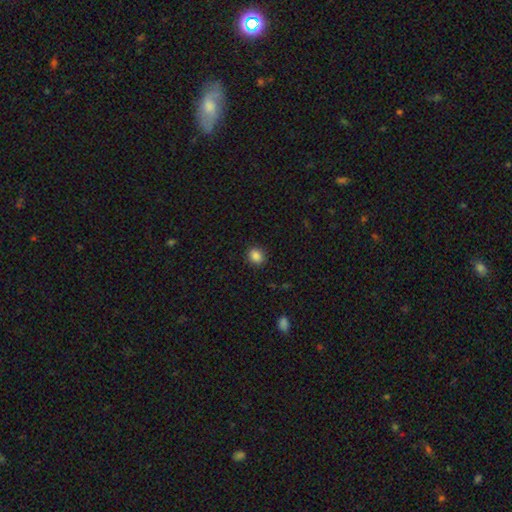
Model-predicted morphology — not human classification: A smooth galaxy with no disk features (87%) that is round (62%).

Vote fractions:
- Smooth or featured? smooth: 87% / star or artifact: 10% / featured or disk: 3%
- How rounded? round: 62% / in between: 37% / cigar-shaped: 1%
- Merging? none: 90% / minor disturbance: 7% / major disturbance: 2% / merger: 1%